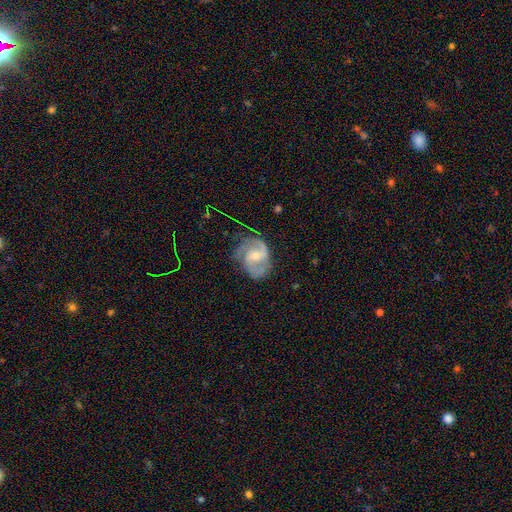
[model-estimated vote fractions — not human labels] smooth-or-featured: featured or disk: 82% | smooth: 12% | star or artifact: 6%
  disk-edge-on: no: 98% | yes: 2%
    bar: weak: 50% | no: 38% | strong: 12%
    has-spiral-arms: yes: 95% | no: 5%
      spiral-winding: medium: 53% | loose: 27% | tight: 20%
      spiral-arm-count: 2: 83% | can't tell: 7% | 3: 4% | 1: 3% | 4: 1% | more than 4: 1%
    bulge-size: small: 49% | moderate: 44% | none: 4% | large: 2% | dominant: 1%
  merging: none: 62% | minor disturbance: 23% | major disturbance: 12% | merger: 2%